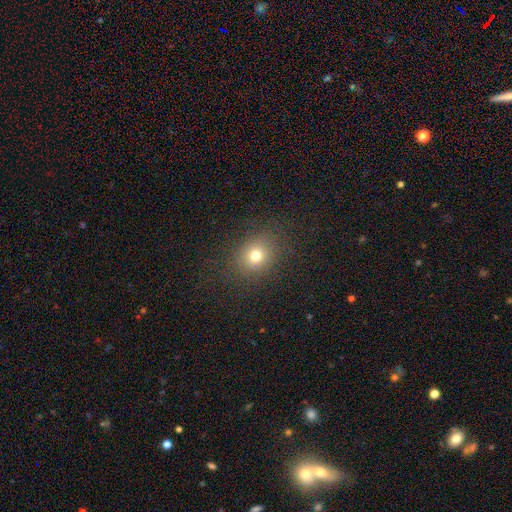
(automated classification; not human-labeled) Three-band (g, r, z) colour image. It shows a smooth galaxy with no disk features (73%) that is round (68%). Merging: none (83%).